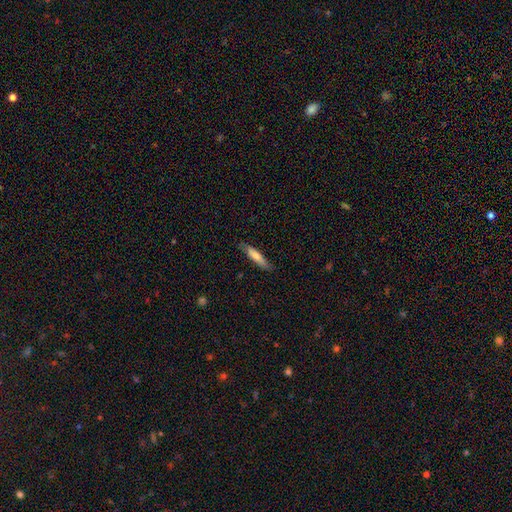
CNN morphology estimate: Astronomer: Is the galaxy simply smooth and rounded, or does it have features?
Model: smooth — 74%.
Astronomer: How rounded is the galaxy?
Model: cigar-shaped — 79%.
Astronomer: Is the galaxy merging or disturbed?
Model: none — 80%.